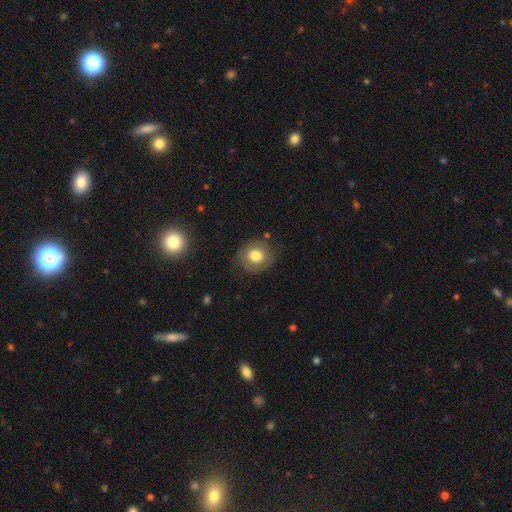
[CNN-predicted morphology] Smooth or featured? Predicted: smooth (p=0.71). How rounded? Predicted: round (p=0.79). Merging? Predicted: none (p=0.77).